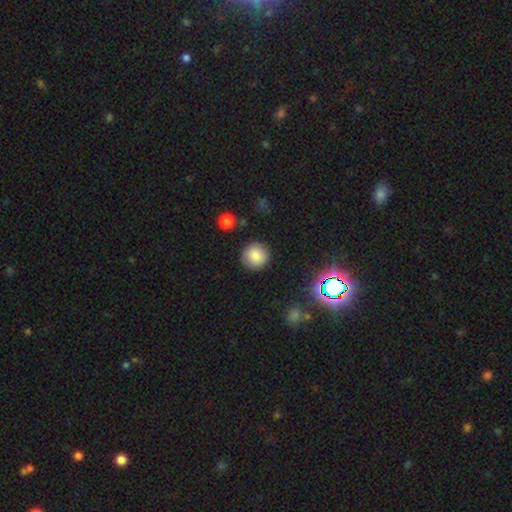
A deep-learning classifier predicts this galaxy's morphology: Smooth or featured? Predicted: smooth (p=0.82). How rounded? Predicted: round (p=0.94). Merging? Predicted: none (p=0.89).